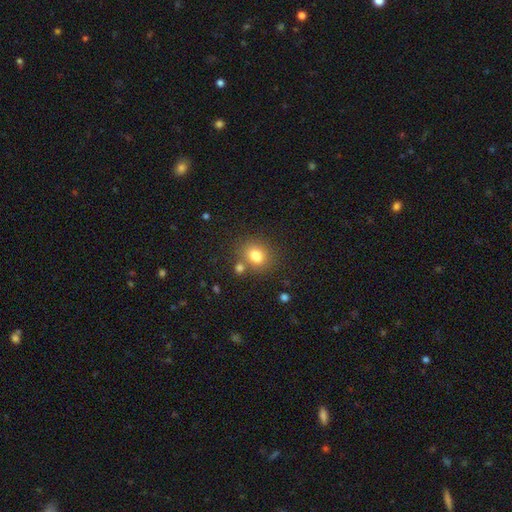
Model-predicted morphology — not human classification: A smooth galaxy with no disk features (80%) that is round (51%). Merging: none (68%).